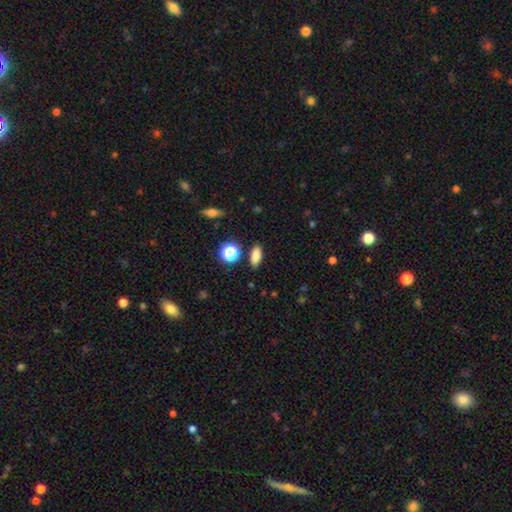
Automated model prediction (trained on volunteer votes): smooth-or-featured: smooth: 80% | star or artifact: 12% | featured or disk: 8%
  how-rounded: in between: 77% | cigar-shaped: 13% | round: 9%
  merging: none: 86% | minor disturbance: 9% | merger: 3% | major disturbance: 2%